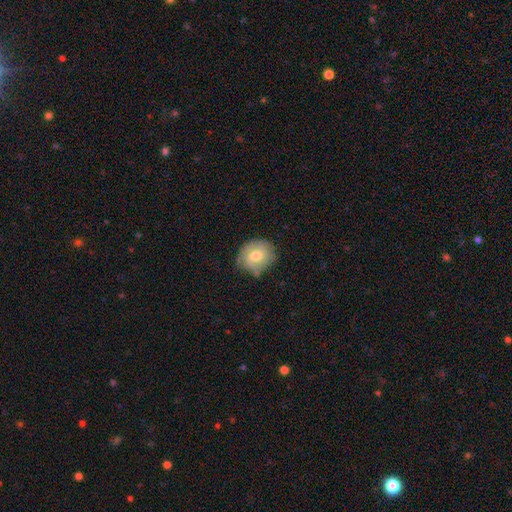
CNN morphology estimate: Overall: smooth (58%; featured or disk 34%). How rounded: round (73%). Merging: none (64%; minor disturbance 27%).